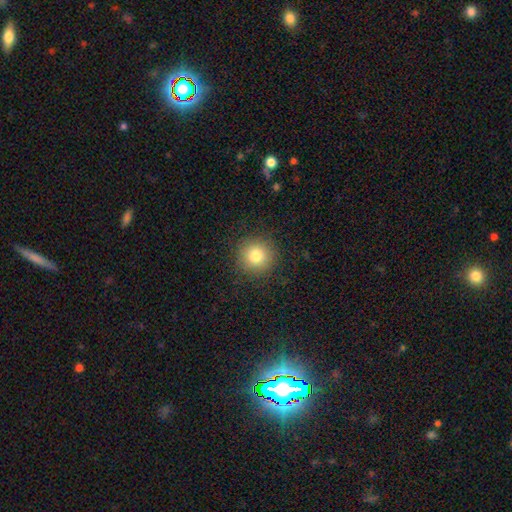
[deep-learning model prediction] This is clearly a smooth galaxy (80%). How rounded: clearly round (95%). Merging: clearly none (90%).